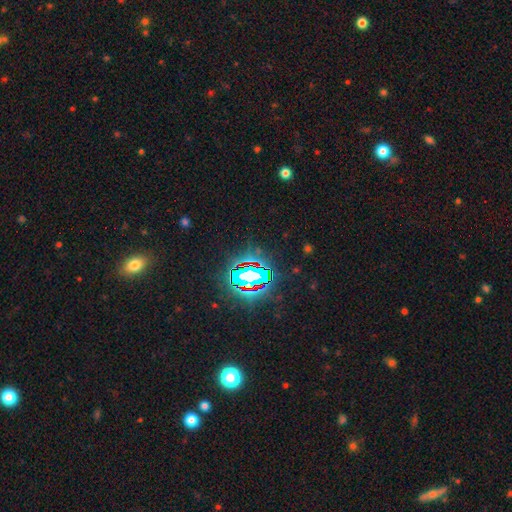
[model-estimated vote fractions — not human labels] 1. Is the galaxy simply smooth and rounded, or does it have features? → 80% star or artifact, 12% smooth, 8% featured or disk.